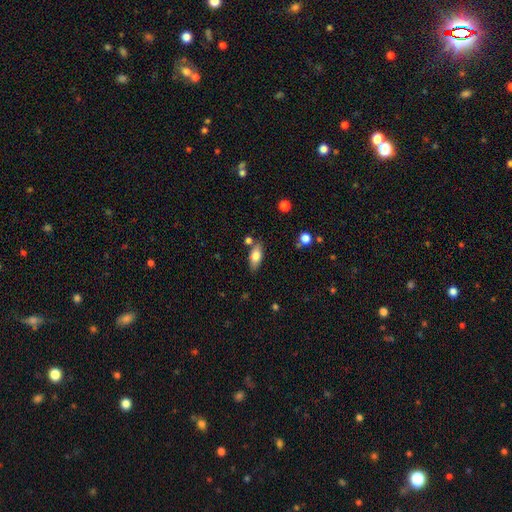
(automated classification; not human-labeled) This is likely a smooth galaxy (77%). How rounded: clearly in between (83%). Merging: likely none (75%).